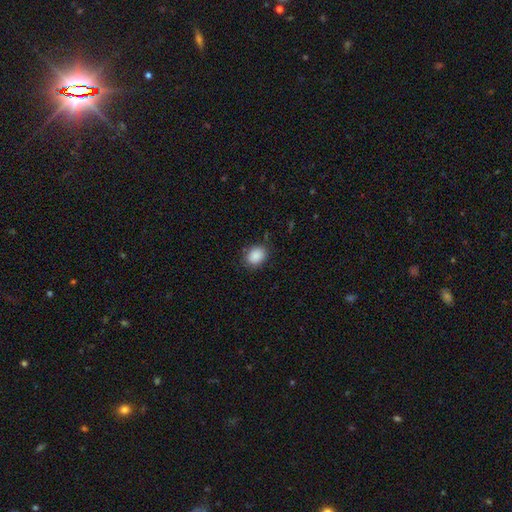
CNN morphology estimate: This appears to be a smooth galaxy with no disk features (89%) that is in between round and cigar-shaped (56%). Merging: none (82%).